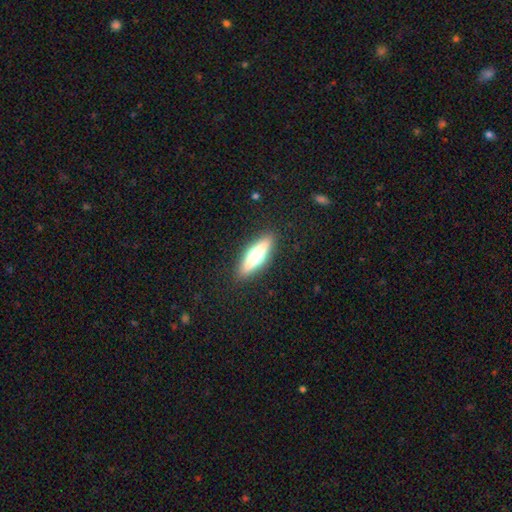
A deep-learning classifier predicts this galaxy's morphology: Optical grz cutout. It shows a featured or disk galaxy (51%) viewed edge-on (91%). Merging: none (89%).